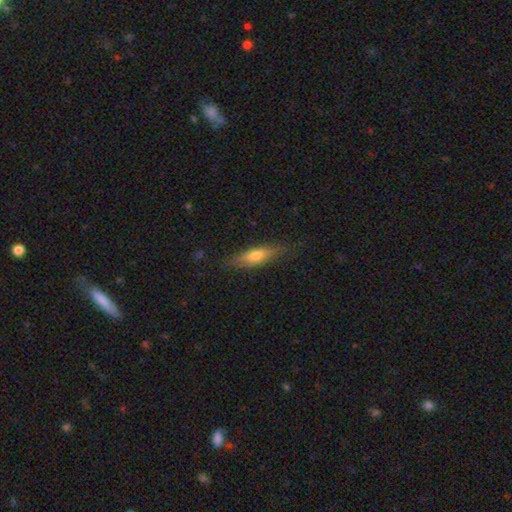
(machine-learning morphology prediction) Smooth or featured?
  - smooth: 52% *
  - featured or disk: 41%
  - star or artifact: 7%
How rounded?
  - cigar-shaped: 69% *
  - in between: 29%
  - round: 2%
Merging?
  - none: 81% *
  - minor disturbance: 14%
  - major disturbance: 3%
  - merger: 1%